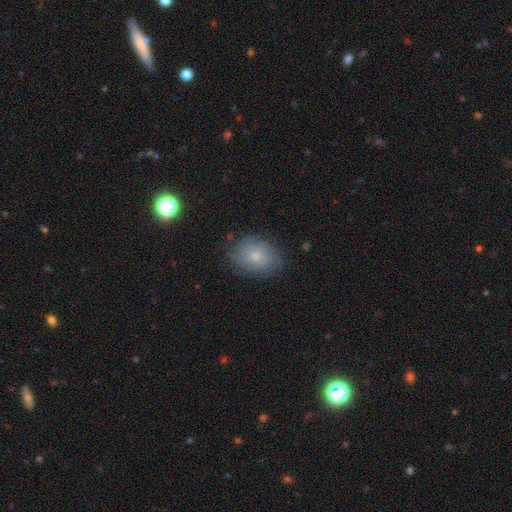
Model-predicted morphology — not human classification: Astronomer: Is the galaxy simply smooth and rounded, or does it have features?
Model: smooth — 57% (runner-up: featured or disk, 33%).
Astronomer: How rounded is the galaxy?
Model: in between — 63%.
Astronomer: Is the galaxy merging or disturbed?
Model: none — 75%.